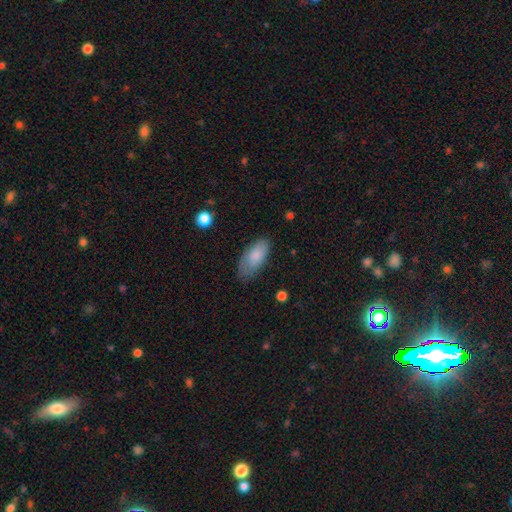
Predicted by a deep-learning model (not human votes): A smooth galaxy with no disk features (82%) that is in between round and cigar-shaped (88%). Merging: none (67%).